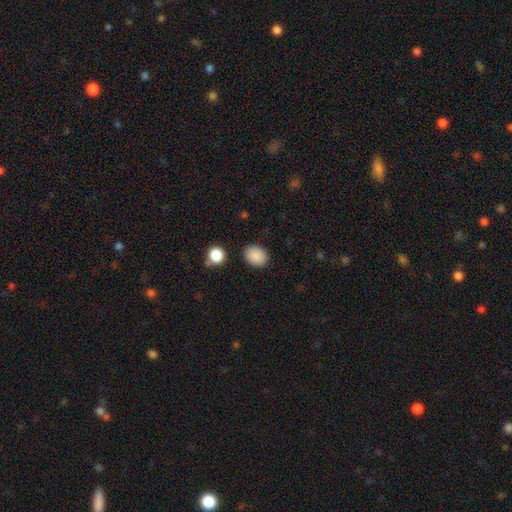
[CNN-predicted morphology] Smooth or featured: smooth — 88% (star or artifact — 8%)
How rounded: in between — 62% (round — 37%)
Merging: none — 87% (minor disturbance — 8%)